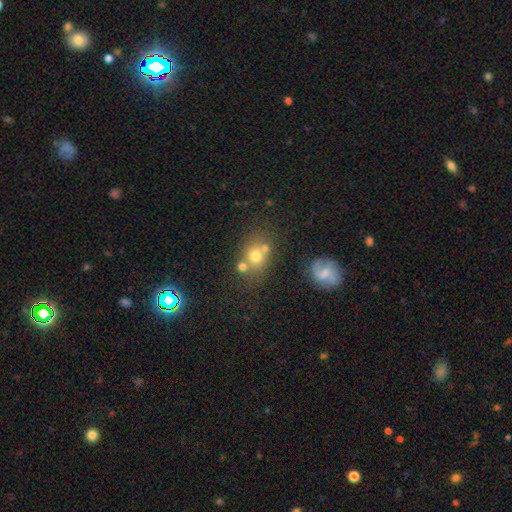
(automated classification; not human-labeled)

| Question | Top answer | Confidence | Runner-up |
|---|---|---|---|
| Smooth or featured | smooth | 66% | featured or disk (19%) |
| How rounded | round | 65% | in between (34%) |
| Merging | none | 57% | merger (24%) |